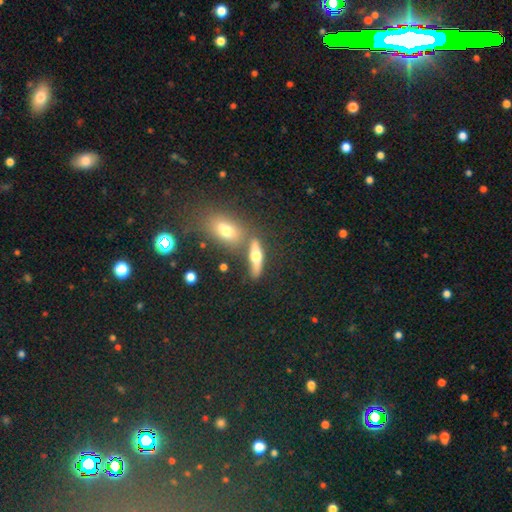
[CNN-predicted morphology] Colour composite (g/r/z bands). It shows a featured or disk galaxy (49%). Merging: none (60%).